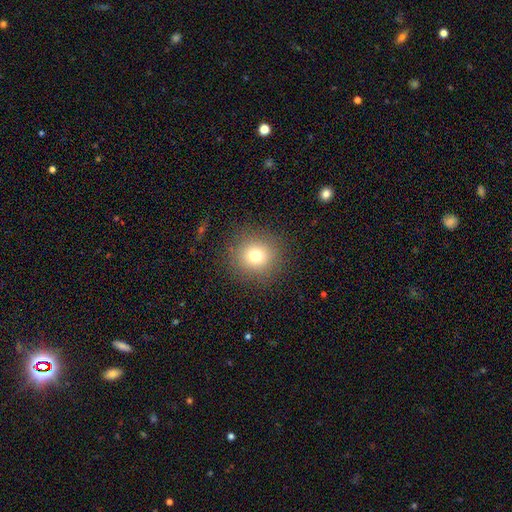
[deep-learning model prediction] The model was most divided on "smooth or featured": smooth: 75%, star or artifact: 15%, featured or disk: 10%. More confident: how rounded — round (93%); merging — none (89%).